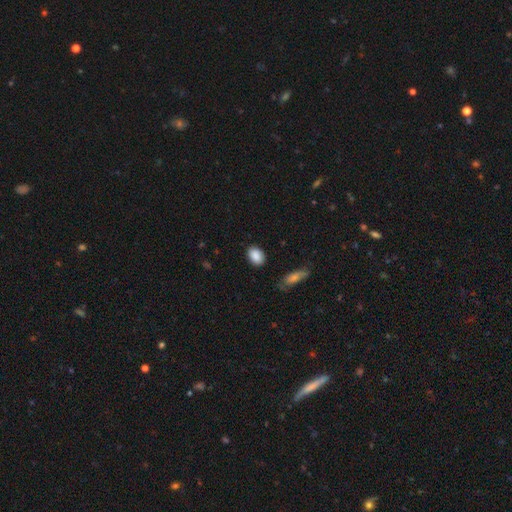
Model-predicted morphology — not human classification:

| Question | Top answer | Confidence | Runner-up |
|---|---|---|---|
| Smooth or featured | smooth | 89% | star or artifact (7%) |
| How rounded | in between | 80% | round (19%) |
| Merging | none | 85% | minor disturbance (11%) |